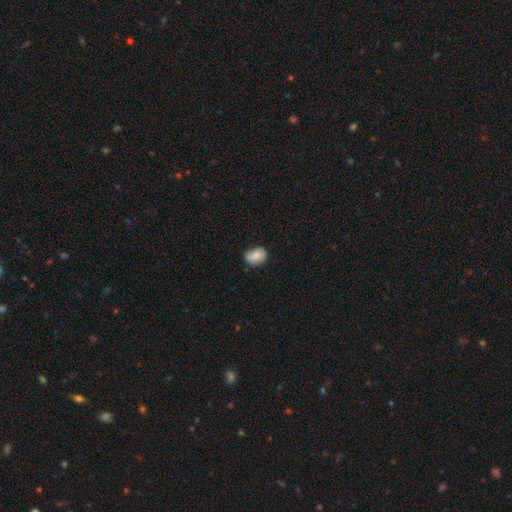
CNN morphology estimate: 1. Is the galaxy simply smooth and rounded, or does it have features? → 70% smooth, 23% featured or disk, 8% star or artifact.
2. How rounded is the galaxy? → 73% in between, 26% round, 1% cigar-shaped.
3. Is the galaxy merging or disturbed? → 69% none, 25% minor disturbance, 4% major disturbance, 2% merger.